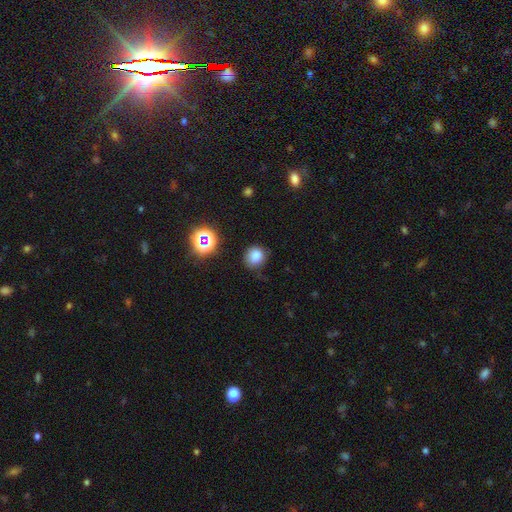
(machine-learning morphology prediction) Overall: smooth (79%). How rounded: round (81%). Merging: none (72%).